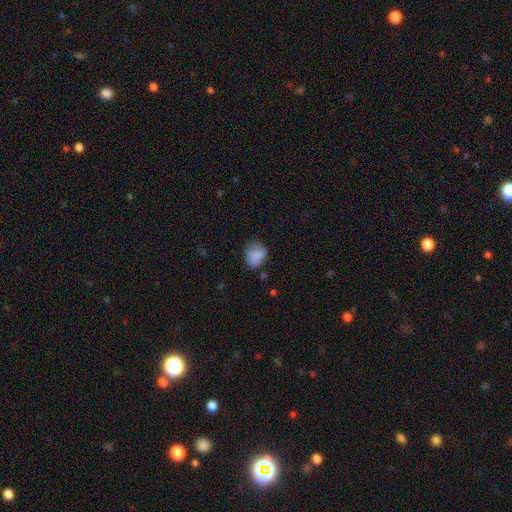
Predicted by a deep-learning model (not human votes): The model was most divided on "how rounded": round: 57%, in between: 42%, cigar-shaped: 1%. More confident: smooth or featured — smooth (84%); merging — none (64%).